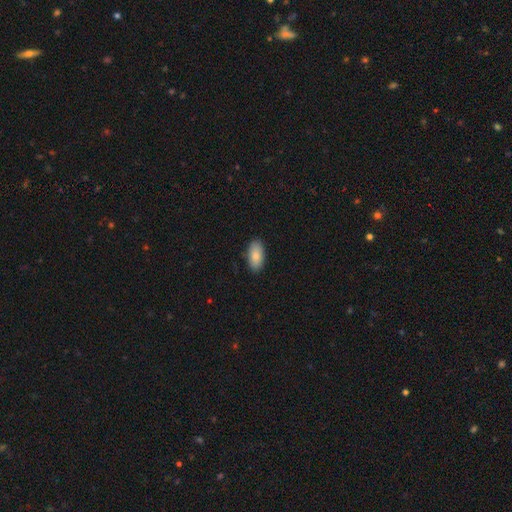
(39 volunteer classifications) This appears to be a smooth galaxy with no disk features (82%) that is in between round and cigar-shaped (91%). Merging: none (94%).